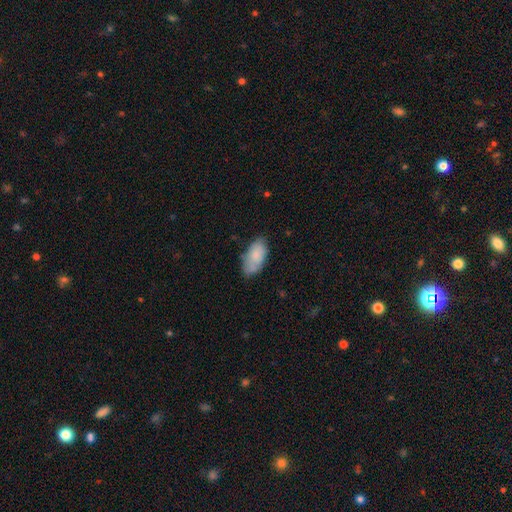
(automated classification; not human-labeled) This appears to be a smooth galaxy with no disk features (81%) that is in between round and cigar-shaped (93%). Merging: none (66%).